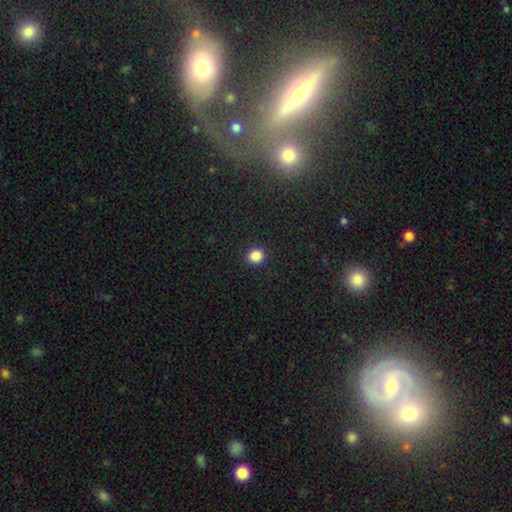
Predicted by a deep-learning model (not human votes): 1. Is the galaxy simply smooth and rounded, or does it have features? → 86% smooth, 11% star or artifact, 3% featured or disk.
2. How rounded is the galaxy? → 79% round, 20% in between, 1% cigar-shaped.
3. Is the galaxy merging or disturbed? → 91% none, 6% minor disturbance, 2% major disturbance, 1% merger.